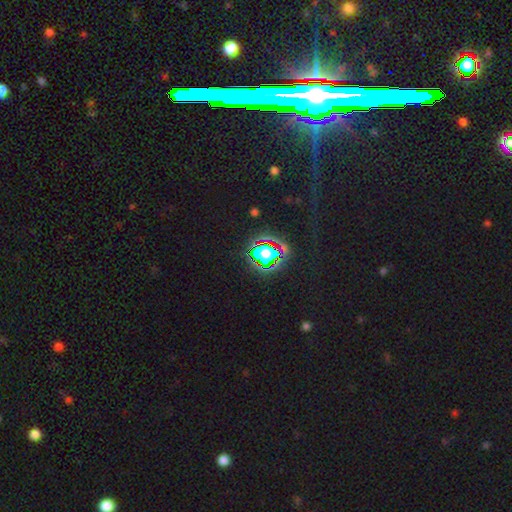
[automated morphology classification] Smooth or featured? Predicted: star or artifact (p=0.79).